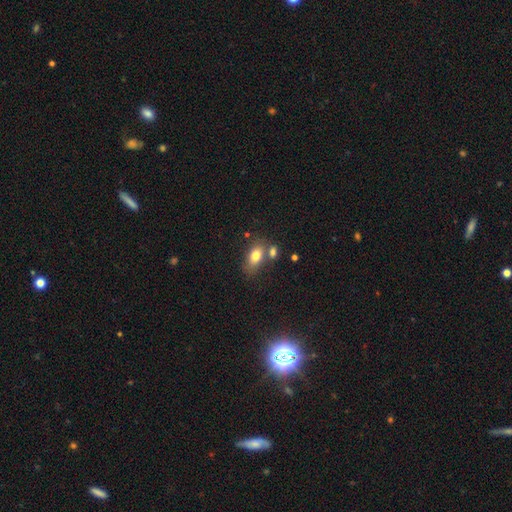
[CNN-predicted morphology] smooth 78%, featured or disk 14%, star or artifact 9%. Down the decision tree: how rounded — in between (85%); merging — none (57%).